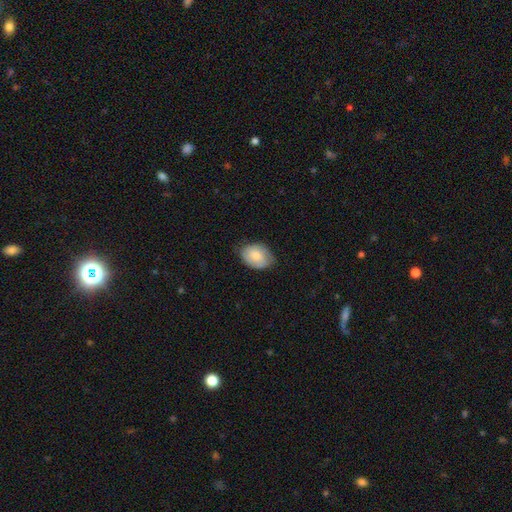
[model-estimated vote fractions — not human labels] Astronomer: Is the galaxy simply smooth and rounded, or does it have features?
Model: smooth — 78%.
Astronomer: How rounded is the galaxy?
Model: in between — 81%.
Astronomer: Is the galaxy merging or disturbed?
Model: none — 65%.